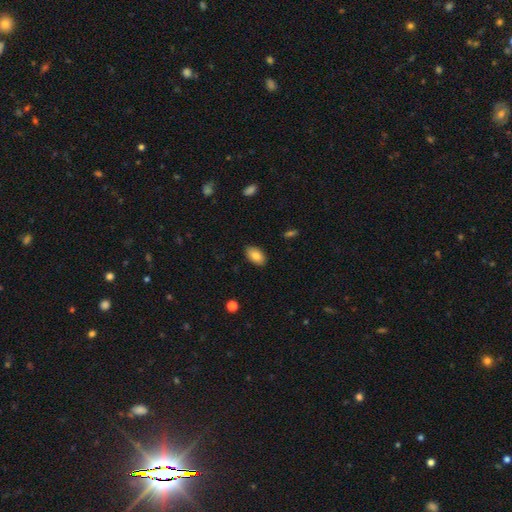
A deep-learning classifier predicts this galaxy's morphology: A smooth galaxy with no disk features (82%) that is in between round and cigar-shaped (93%). Merging: none (88%).